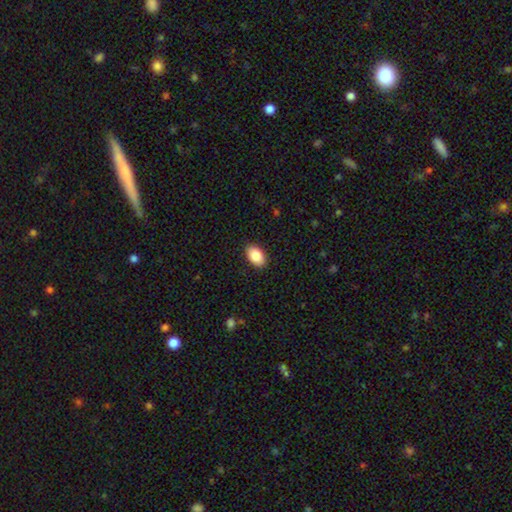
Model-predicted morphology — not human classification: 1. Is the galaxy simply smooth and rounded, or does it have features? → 88% smooth, 7% star or artifact, 5% featured or disk.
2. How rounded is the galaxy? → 89% in between, 9% round, 1% cigar-shaped.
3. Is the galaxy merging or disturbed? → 89% none, 8% minor disturbance, 2% major disturbance, 1% merger.